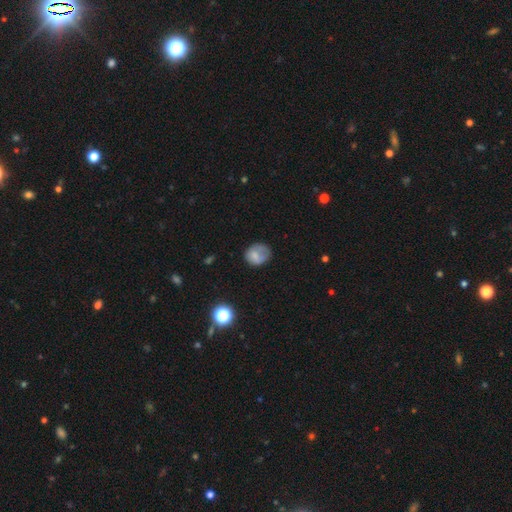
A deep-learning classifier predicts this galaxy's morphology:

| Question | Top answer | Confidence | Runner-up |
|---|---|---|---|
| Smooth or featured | smooth | 73% | featured or disk (17%) |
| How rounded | round | 65% | in between (34%) |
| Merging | none | 53% | minor disturbance (29%) |